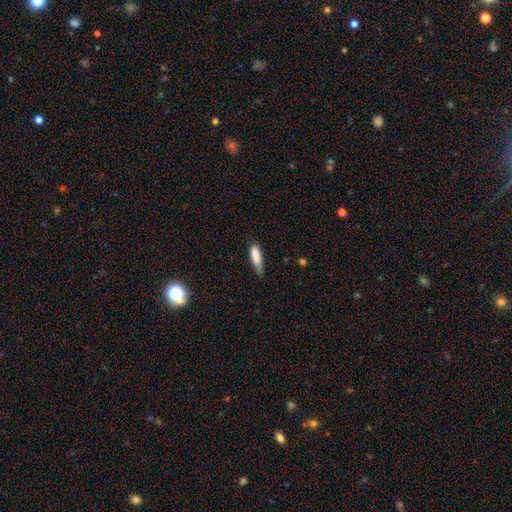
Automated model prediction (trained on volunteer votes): Smooth or featured? Predicted: smooth (p=0.85). How rounded? Predicted: cigar-shaped (p=0.56). Merging? Predicted: none (p=0.54).